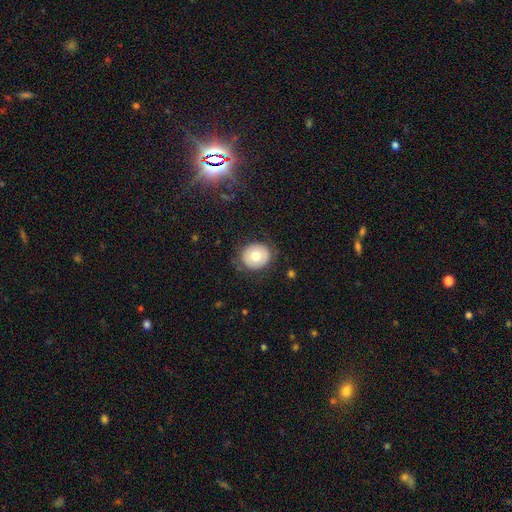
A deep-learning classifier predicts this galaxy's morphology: Q: Smooth or featured?
A: smooth (67%); runner-up: featured or disk (25%)
Q: How rounded?
A: round (80%); runner-up: in between (19%)
Q: Merging?
A: none (82%); runner-up: minor disturbance (12%)